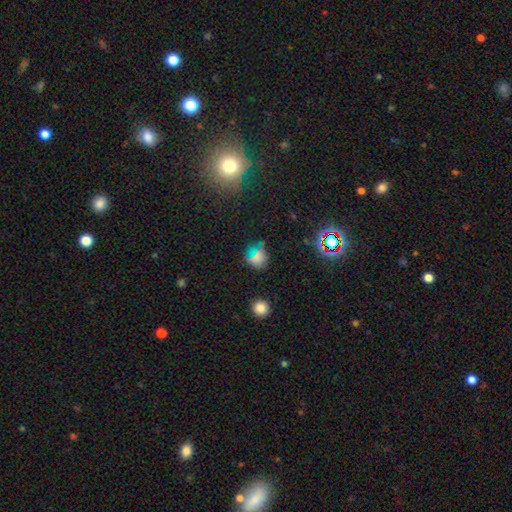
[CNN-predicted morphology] smooth 60%, star or artifact 32%, featured or disk 8%. Down the decision tree: how rounded — round (75%); merging — none (74%).